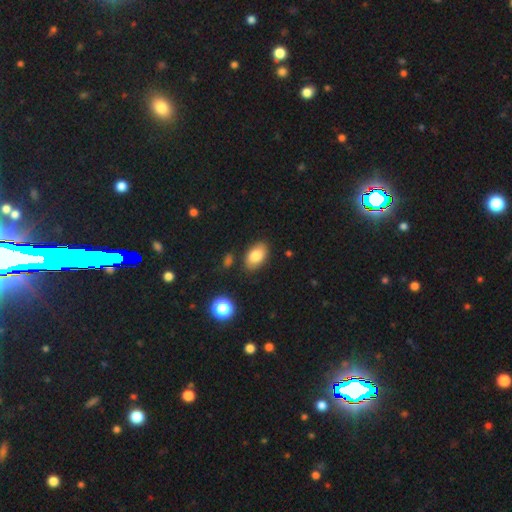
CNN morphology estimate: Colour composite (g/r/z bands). It shows a smooth galaxy with no disk features (83%) that is in between round and cigar-shaped (91%). Merging: none (83%).